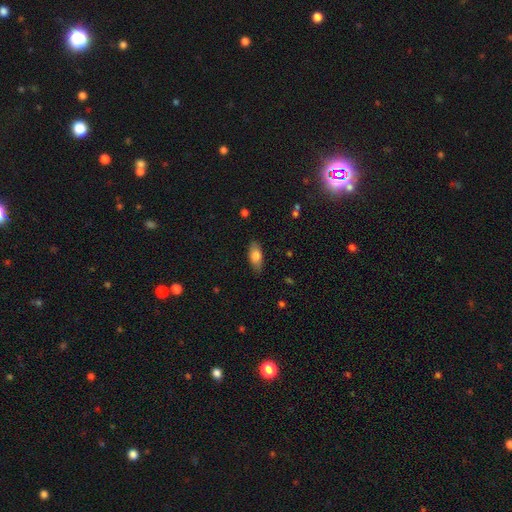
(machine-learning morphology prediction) Smooth or featured? smooth (79%)
How rounded? in between (85%)
Merging? none (84%)